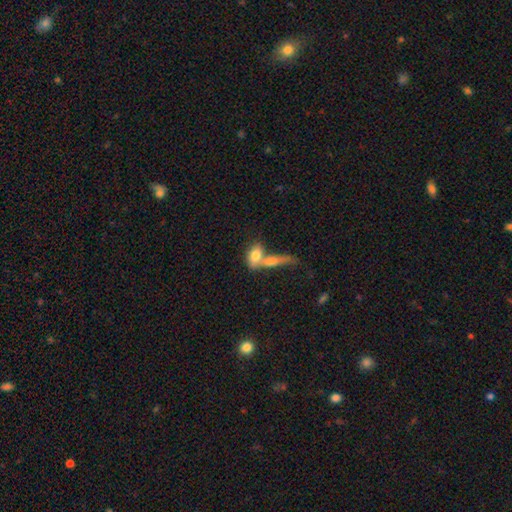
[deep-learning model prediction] smooth-or-featured: smooth: 74% | featured or disk: 19% | star or artifact: 7%
  how-rounded: in between: 79% | cigar-shaped: 11% | round: 10%
  merging: merger: 59% | none: 26% | minor disturbance: 8% | major disturbance: 6%